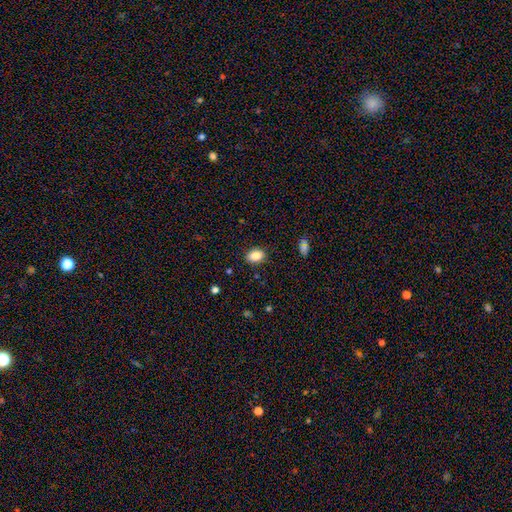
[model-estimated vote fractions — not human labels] Smooth or featured? Predicted: smooth (p=0.86). How rounded? Predicted: in between (p=0.78). Merging? Predicted: none (p=0.86).